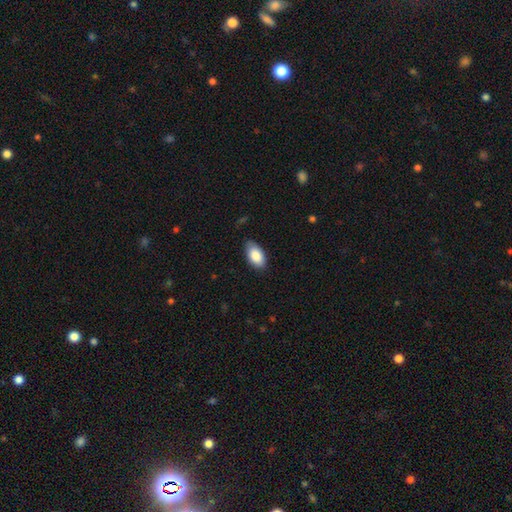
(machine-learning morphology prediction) smooth-or-featured: smooth: 86% | featured or disk: 7% | star or artifact: 6%
  how-rounded: in between: 94% | round: 3% | cigar-shaped: 2%
  merging: none: 79% | minor disturbance: 17% | major disturbance: 3% | merger: 1%